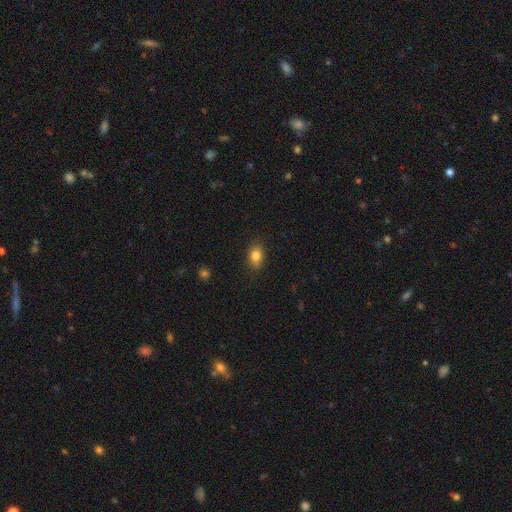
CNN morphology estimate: Overall: smooth (82%). How rounded: in between (71%). Merging: none (80%).